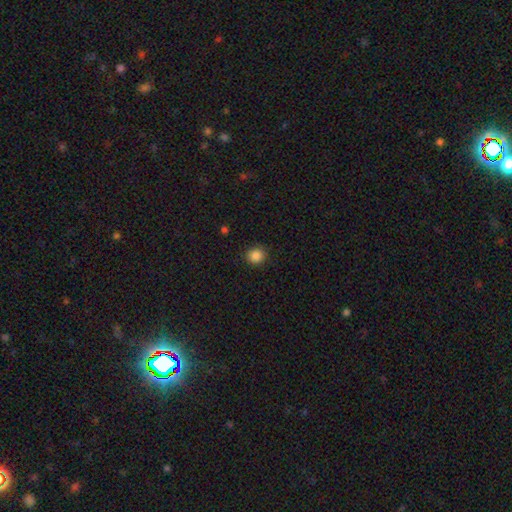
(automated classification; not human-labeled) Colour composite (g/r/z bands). It shows a smooth galaxy with no disk features (86%) that is round (90%). Merging: none (90%).